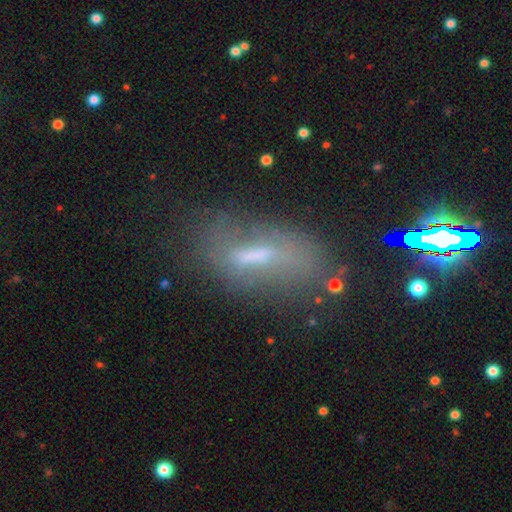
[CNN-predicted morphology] A featured or disk galaxy (44%).

Vote fractions:
- Smooth or featured? featured or disk: 44% / smooth: 40% / star or artifact: 15%
- Merging? none: 53% / minor disturbance: 24% / major disturbance: 18% / merger: 4%